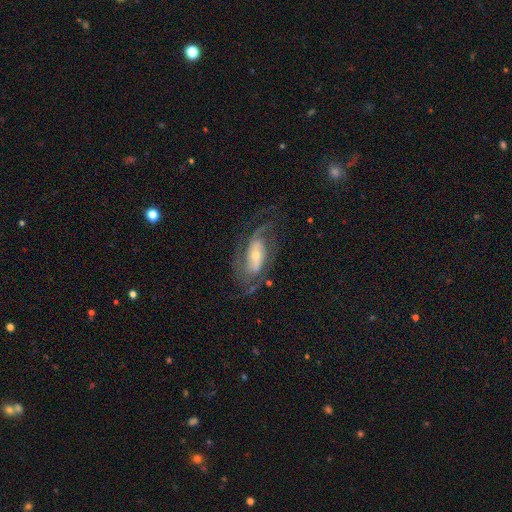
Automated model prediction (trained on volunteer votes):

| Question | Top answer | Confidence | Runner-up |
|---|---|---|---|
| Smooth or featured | featured or disk | 82% | smooth (12%) |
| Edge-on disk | no | 94% | yes (6%) |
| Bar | no | 43% | weak (33%) |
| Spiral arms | yes | 92% | no (8%) |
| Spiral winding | medium | 46% | tight (30%) |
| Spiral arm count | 2 | 46% | can't tell (19%) |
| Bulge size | small | 49% | moderate (43%) |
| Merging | none | 60% | major disturbance (20%) |